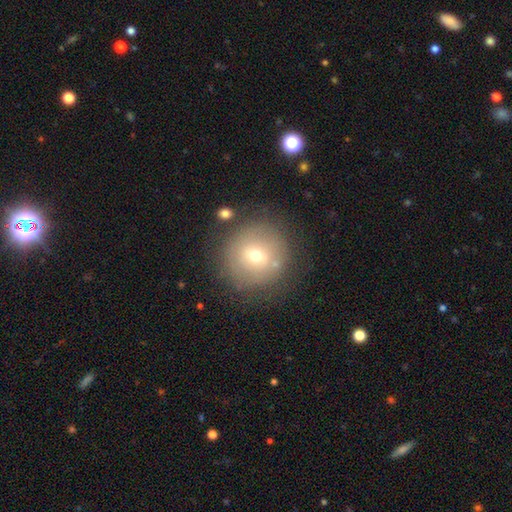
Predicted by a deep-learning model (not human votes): smooth 59%, featured or disk 28%, star or artifact 13%. Down the decision tree: how rounded — round (95%); merging — none (80%).